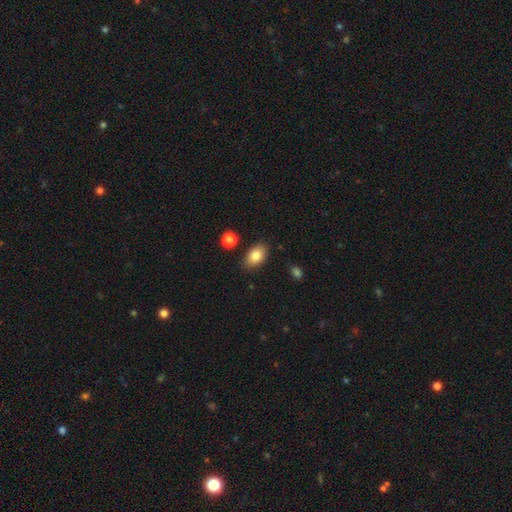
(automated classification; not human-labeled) Smooth or featured: smooth — 84% (featured or disk — 8%)
How rounded: in between — 87% (round — 11%)
Merging: none — 82% (minor disturbance — 12%)